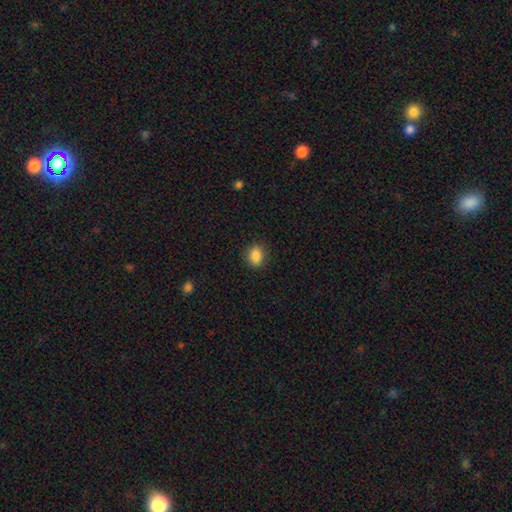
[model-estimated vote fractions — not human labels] smooth 88%, star or artifact 9%, featured or disk 3%. Down the decision tree: how rounded — in between (64%); merging — none (86%).